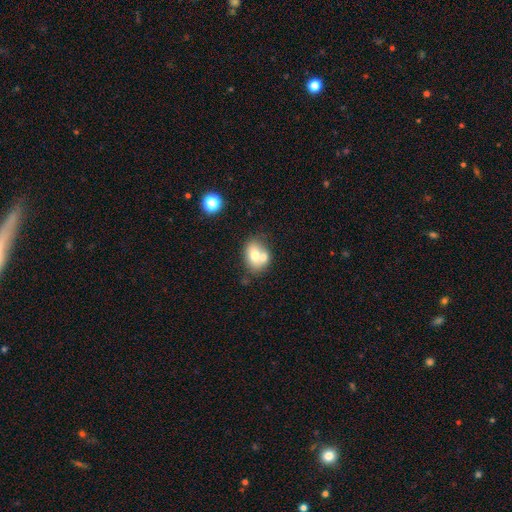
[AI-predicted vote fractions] smooth 68%, featured or disk 23%, star or artifact 9%. Down the decision tree: how rounded — in between (67%); merging — merger (46%).